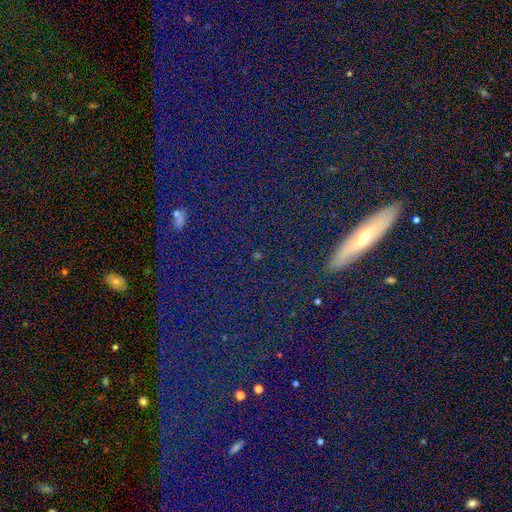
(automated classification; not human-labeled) A star or artifact, not a galaxy (49%).

Vote fractions:
- Smooth or featured? star or artifact: 49% / featured or disk: 28% / smooth: 23%